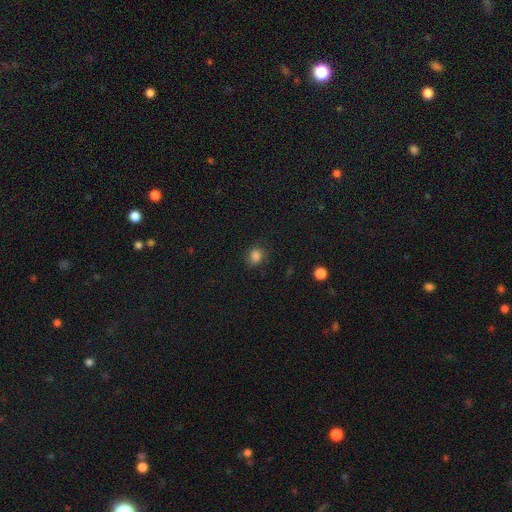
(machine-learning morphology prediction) type=smooth (81%); roundness=round (69%); merging=none (76%).